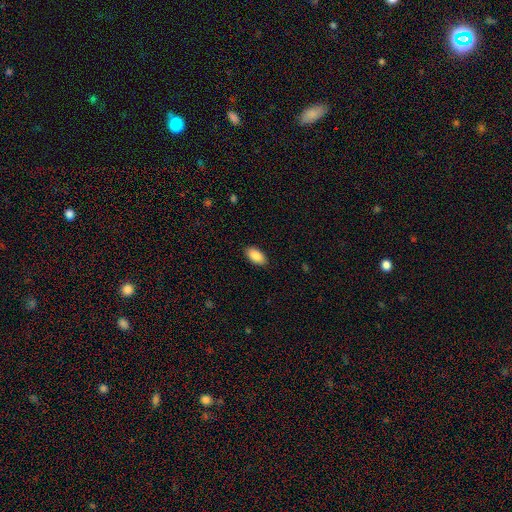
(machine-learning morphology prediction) The model was most divided on "merging": none: 87%, minor disturbance: 9%, major disturbance: 2%, merger: 1%. More confident: how rounded — in between (95%); smooth or featured — smooth (90%).